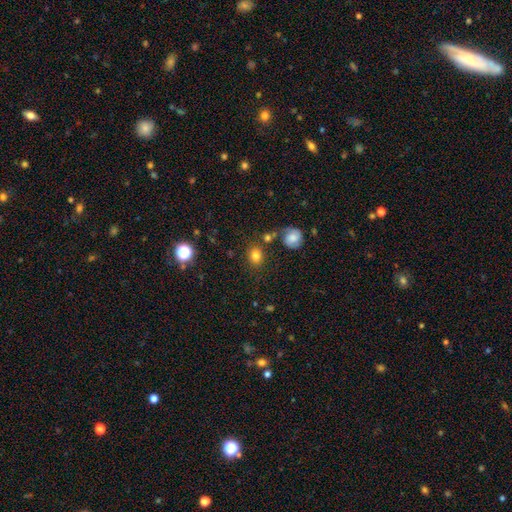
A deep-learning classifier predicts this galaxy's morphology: Smooth or featured: smooth — 80% (star or artifact — 11%)
How rounded: round — 64% (in between — 35%)
Merging: none — 76% (minor disturbance — 11%)